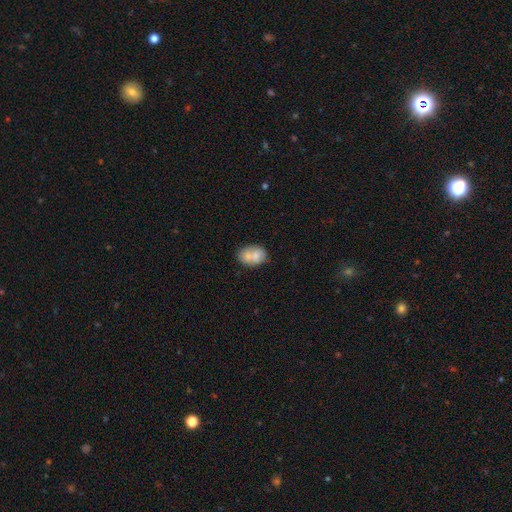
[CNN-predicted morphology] type=smooth (69%); roundness=in between (72%); merging=none (41%).